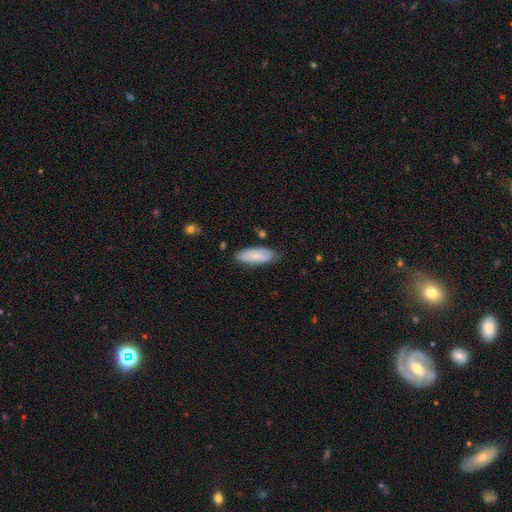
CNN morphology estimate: Smooth or featured?
  - smooth: 80% *
  - featured or disk: 15%
  - star or artifact: 6%
How rounded?
  - in between: 75% *
  - cigar-shaped: 23%
  - round: 2%
Merging?
  - none: 80% *
  - minor disturbance: 16%
  - major disturbance: 3%
  - merger: 2%